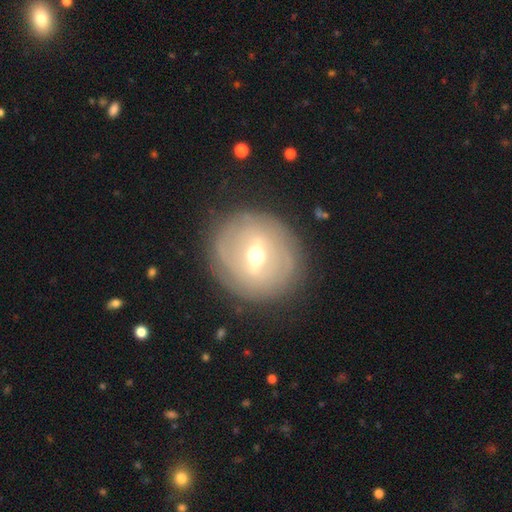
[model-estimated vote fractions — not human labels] featured or disk 74%, smooth 19%, star or artifact 7%. Down the decision tree: edge-on disk — no (89%); bar — strong (48%); spiral arms — yes (52%); bulge size — moderate (72%); merging — none (83%).